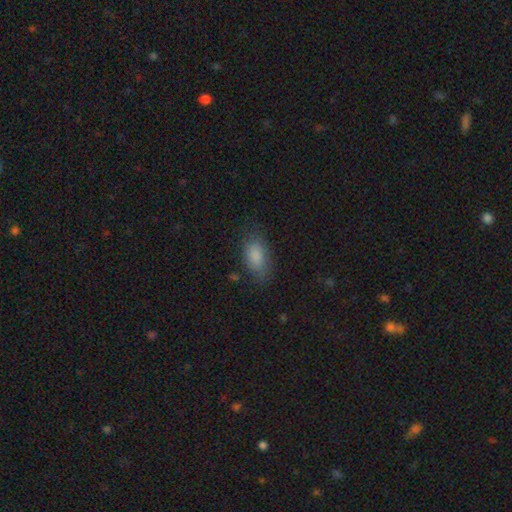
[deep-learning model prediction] Smooth or featured? smooth (84%)
How rounded? in between (91%)
Merging? none (73%)